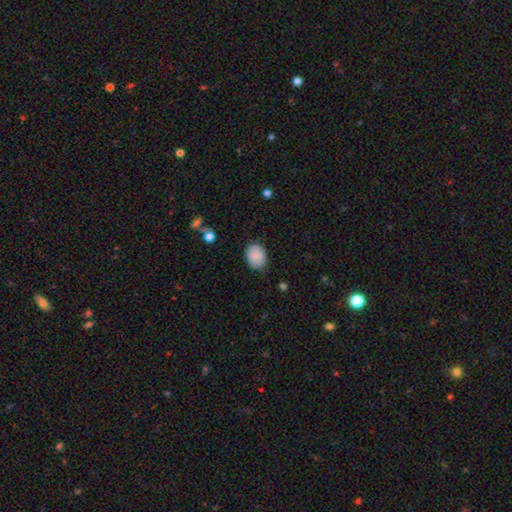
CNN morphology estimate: Smooth or featured? Predicted: smooth (p=0.87). How rounded? Predicted: in between (p=0.63). Merging? Predicted: none (p=0.84).